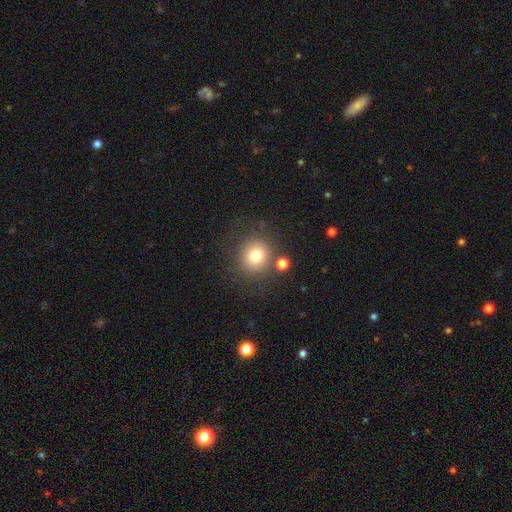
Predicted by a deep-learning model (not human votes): A smooth galaxy with no disk features (78%) that is round (87%).

Vote fractions:
- Smooth or featured? smooth: 78% / star or artifact: 12% / featured or disk: 9%
- How rounded? round: 87% / in between: 12% / cigar-shaped: 1%
- Merging? none: 77% / minor disturbance: 10% / merger: 9% / major disturbance: 5%